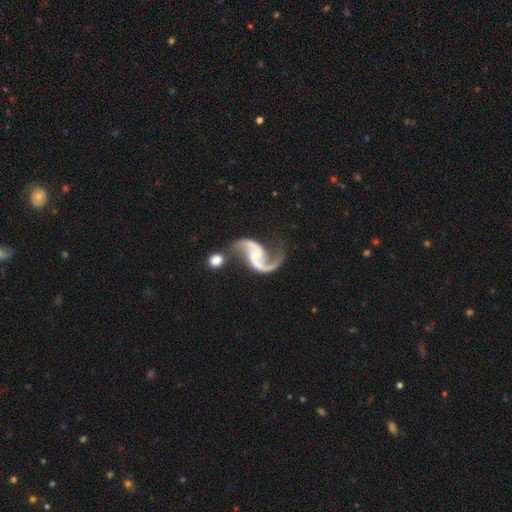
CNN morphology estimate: Overall: featured or disk (93%). Edge-on disk: no (98%). Bar: weak (43%; no 37%). Spiral arms: yes (98%). Spiral arm count: 2 (94%). Spiral winding: loose (74%). Bulge size: none (41%; small 36%). Merging: none (56%; minor disturbance 16%).